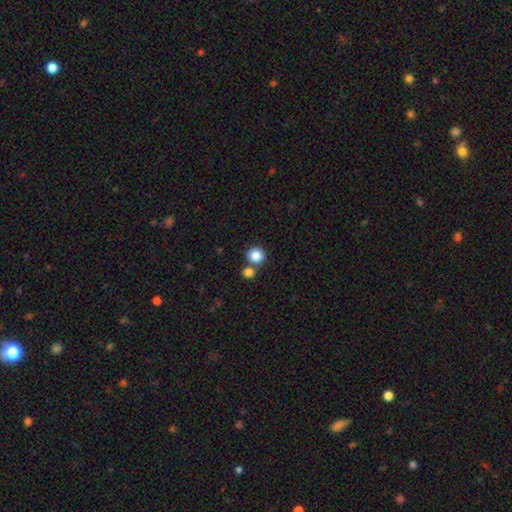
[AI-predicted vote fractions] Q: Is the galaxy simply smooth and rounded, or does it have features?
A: smooth — 86%.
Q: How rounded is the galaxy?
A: round — 90%.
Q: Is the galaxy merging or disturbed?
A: none — 61%.